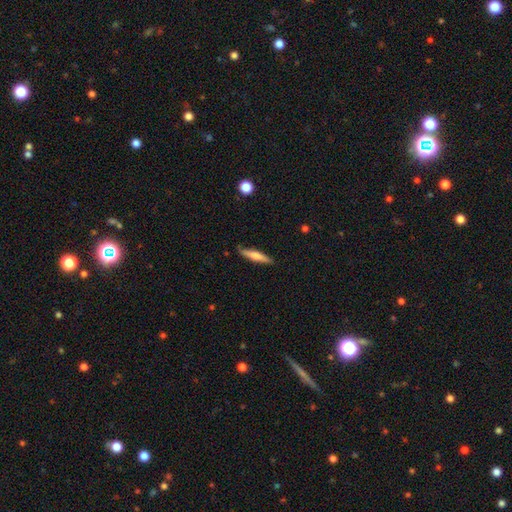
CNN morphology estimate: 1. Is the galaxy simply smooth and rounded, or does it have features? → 61% smooth, 33% featured or disk, 6% star or artifact.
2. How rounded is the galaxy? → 87% cigar-shaped, 11% in between, 2% round.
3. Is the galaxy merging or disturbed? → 82% none, 14% minor disturbance, 2% major disturbance, 1% merger.